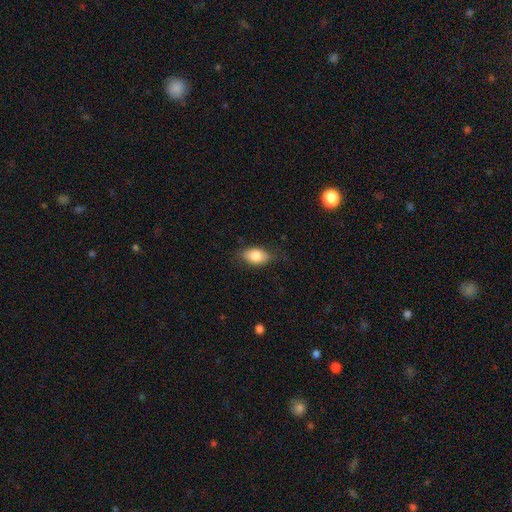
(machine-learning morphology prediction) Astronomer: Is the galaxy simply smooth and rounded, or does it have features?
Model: smooth — 81%.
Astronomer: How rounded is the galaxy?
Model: in between — 89%.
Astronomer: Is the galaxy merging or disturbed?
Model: none — 77%.